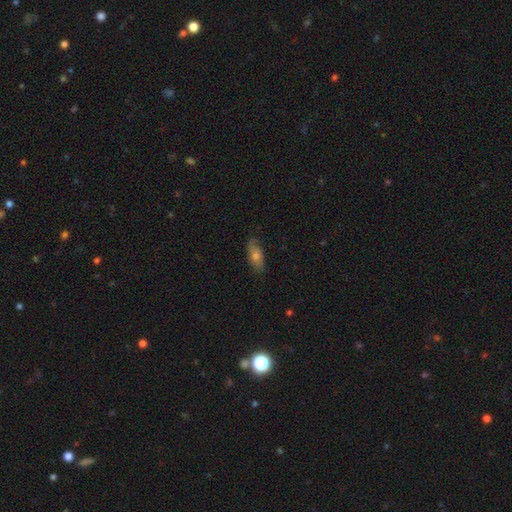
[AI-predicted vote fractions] The model was most divided on "smooth or featured": smooth: 53%, featured or disk: 37%, star or artifact: 10%. More confident: merging — none (78%); how rounded — in between (77%).